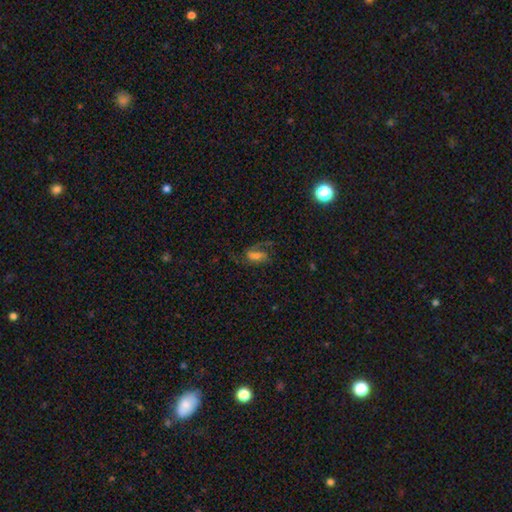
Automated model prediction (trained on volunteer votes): A featured or disk galaxy (58%) with a weak bar (42%), spiral arms (87%) and a moderate central bulge (37%).

Vote fractions:
- Smooth or featured? featured or disk: 58% / smooth: 28% / star or artifact: 14%
- Edge-on disk? no: 95% / yes: 5%
- Bar? weak: 42% / no: 34% / strong: 24%
- Spiral arms? yes: 87% / no: 13%
- Bulge size? moderate: 37% / small: 33% / large: 15% / none: 12% / dominant: 3%
- Merging? none: 54% / major disturbance: 25% / minor disturbance: 18% / merger: 3%